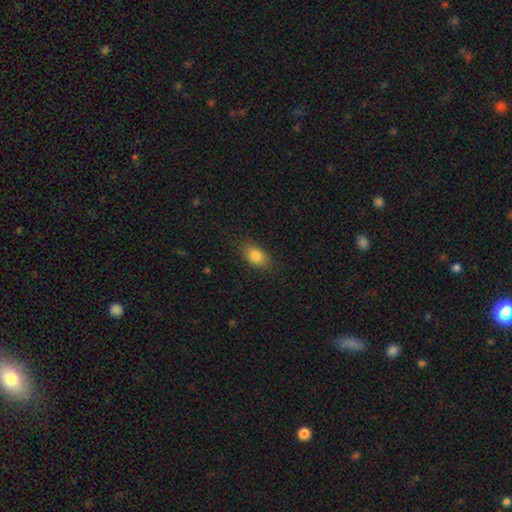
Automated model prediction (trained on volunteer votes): Smooth or featured? Predicted: smooth (p=0.84). How rounded? Predicted: in between (p=0.83). Merging? Predicted: none (p=0.82).